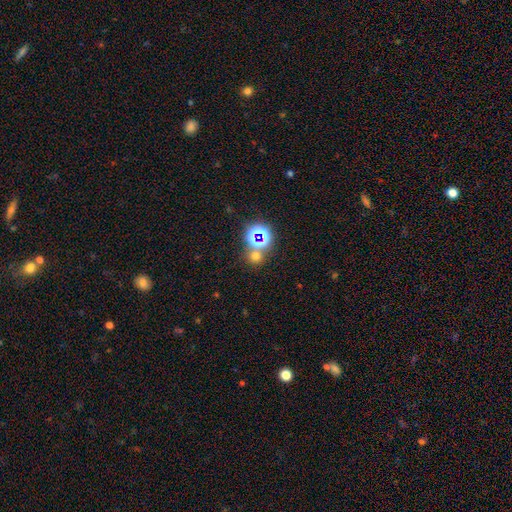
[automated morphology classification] Smooth or featured?
  - smooth: 55% *
  - star or artifact: 37%
  - featured or disk: 8%
How rounded?
  - round: 86% *
  - in between: 13%
  - cigar-shaped: 1%
Merging?
  - none: 67% *
  - merger: 22%
  - minor disturbance: 7%
  - major disturbance: 4%